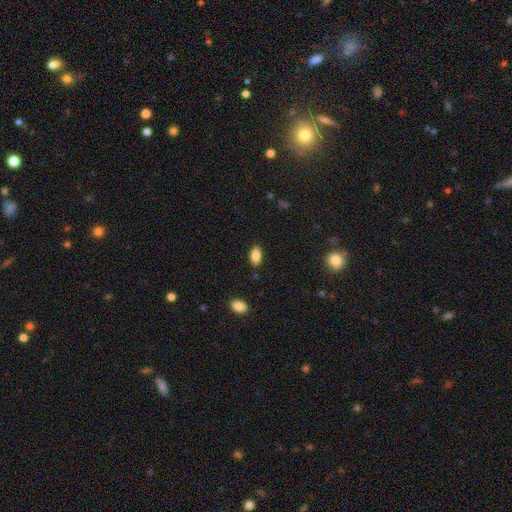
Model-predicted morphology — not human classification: smooth 83%, featured or disk 9%, star or artifact 8%. Down the decision tree: how rounded — in between (88%); merging — none (85%).